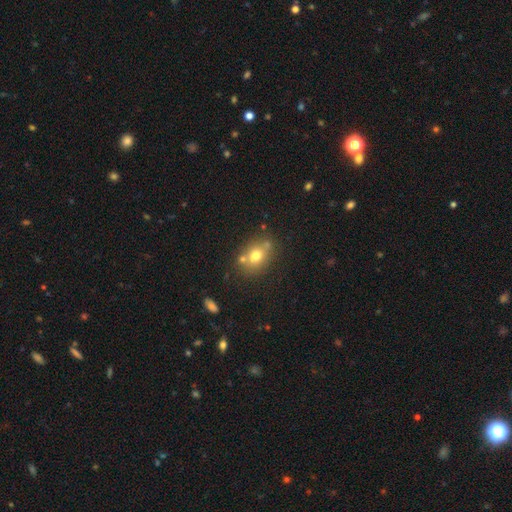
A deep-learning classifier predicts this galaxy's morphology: A smooth galaxy with no disk features (68%) that is in between round and cigar-shaped (51%). Merging: none (64%).